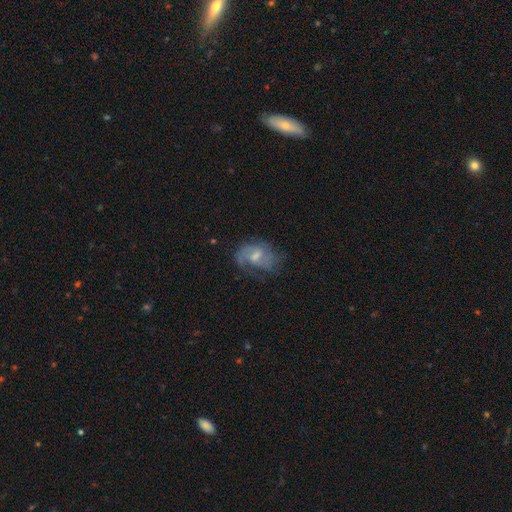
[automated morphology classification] Overall: featured or disk (70%). Edge-on disk: no (97%). Bar: weak (51%; no 38%). Spiral arms: yes (87%). Spiral arm count: 2 (50%; can't tell 25%). Spiral winding: medium (46%; tight 30%). Bulge size: moderate (48%; small 37%). Merging: none (61%; minor disturbance 23%).